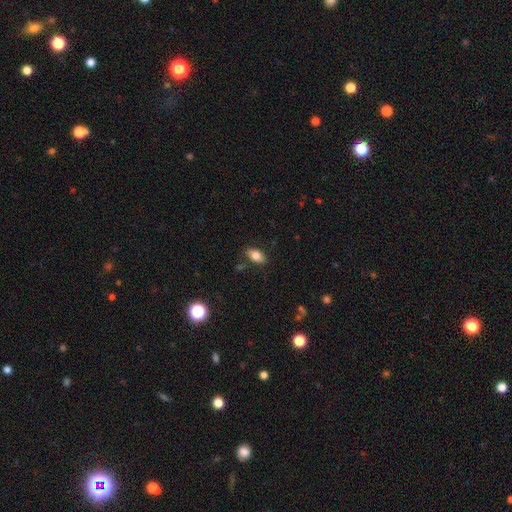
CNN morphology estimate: A smooth galaxy with no disk features (80%) that is in between round and cigar-shaped (89%).

Vote fractions:
- Smooth or featured? smooth: 80% / featured or disk: 11% / star or artifact: 9%
- How rounded? in between: 89% / round: 6% / cigar-shaped: 4%
- Merging? none: 82% / minor disturbance: 13% / merger: 3% / major disturbance: 3%